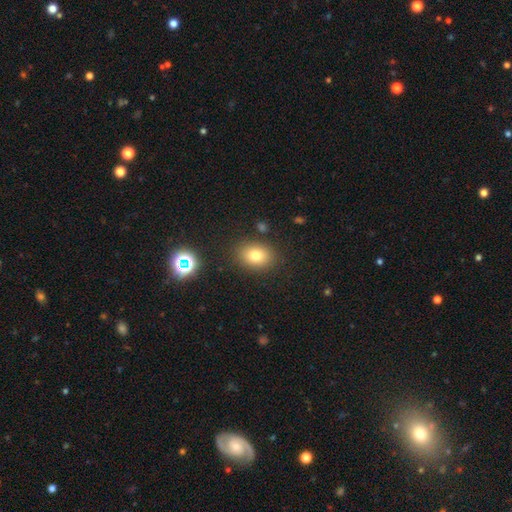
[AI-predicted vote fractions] This appears to be a smooth galaxy with no disk features (77%) that is in between round and cigar-shaped (55%). Merging: none (86%).